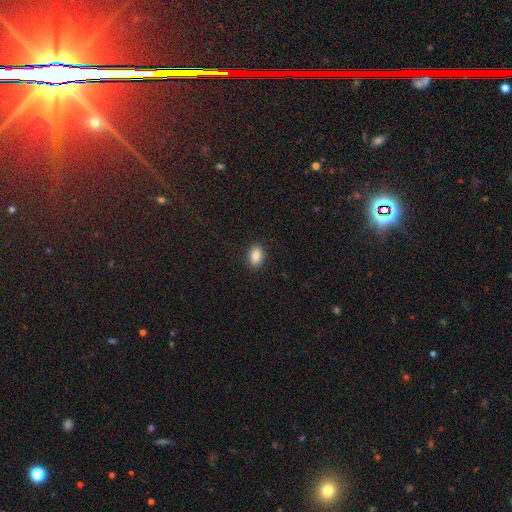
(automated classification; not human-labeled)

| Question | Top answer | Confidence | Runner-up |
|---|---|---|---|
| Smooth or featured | smooth | 89% | star or artifact (8%) |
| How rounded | in between | 88% | round (10%) |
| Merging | none | 89% | minor disturbance (8%) |